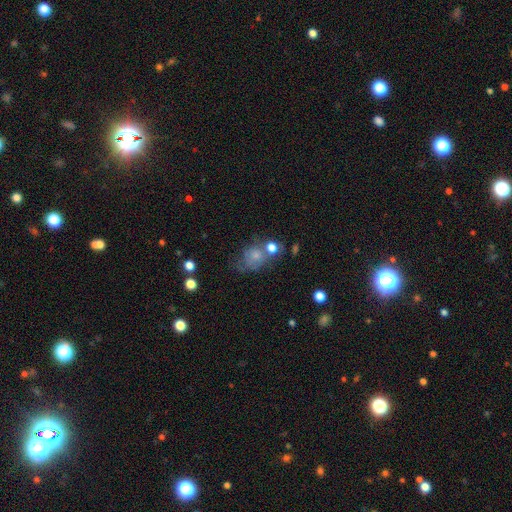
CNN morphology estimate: type=smooth (58%); roundness=in between (53%); merging=none (35%).